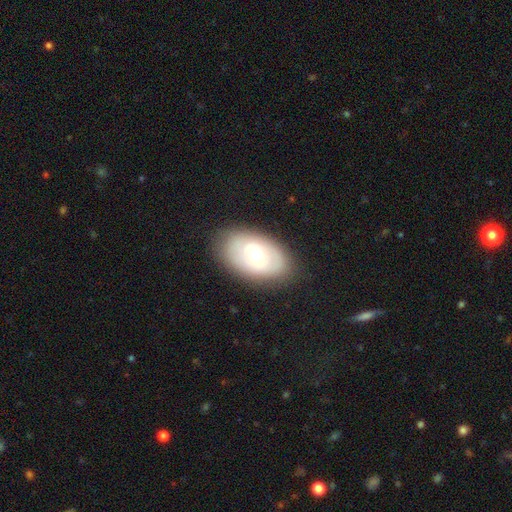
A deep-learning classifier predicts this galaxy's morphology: type=smooth (53%); roundness=in between (89%); merging=none (83%).